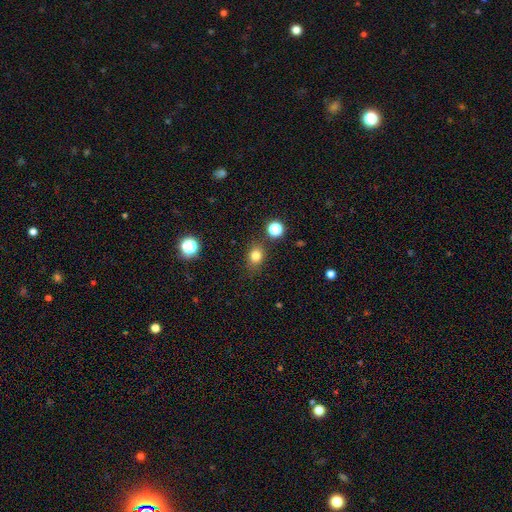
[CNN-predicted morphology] A smooth galaxy with no disk features (79%) that is round (58%).

Vote fractions:
- Smooth or featured? smooth: 79% / star or artifact: 15% / featured or disk: 7%
- How rounded? round: 58% / in between: 41% / cigar-shaped: 1%
- Merging? none: 82% / minor disturbance: 11% / merger: 4% / major disturbance: 3%